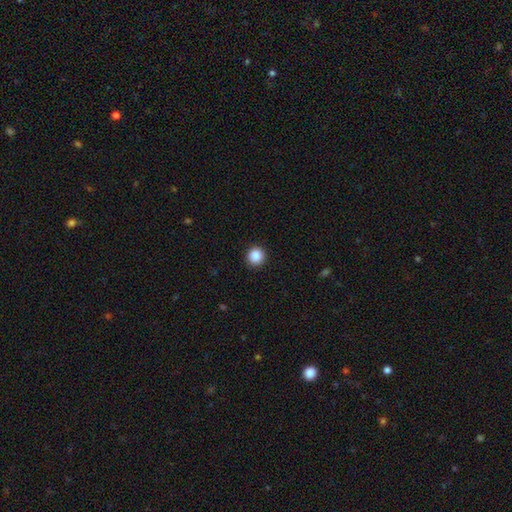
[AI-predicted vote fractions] Q: Smooth or featured?
A: smooth (87%); runner-up: star or artifact (10%)
Q: How rounded?
A: round (95%); runner-up: in between (4%)
Q: Merging?
A: none (93%); runner-up: minor disturbance (5%)